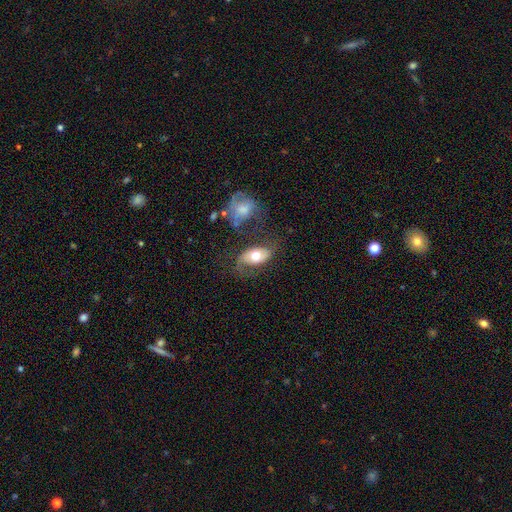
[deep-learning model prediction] Smooth or featured? smooth (55%)
How rounded? in between (90%)
Merging? none (52%)